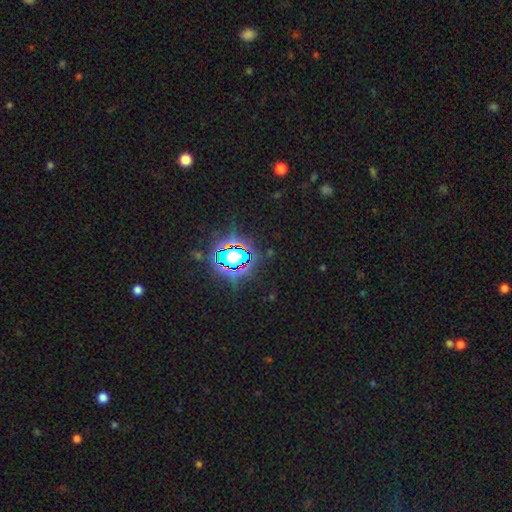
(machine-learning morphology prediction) type=star or artifact (81%).